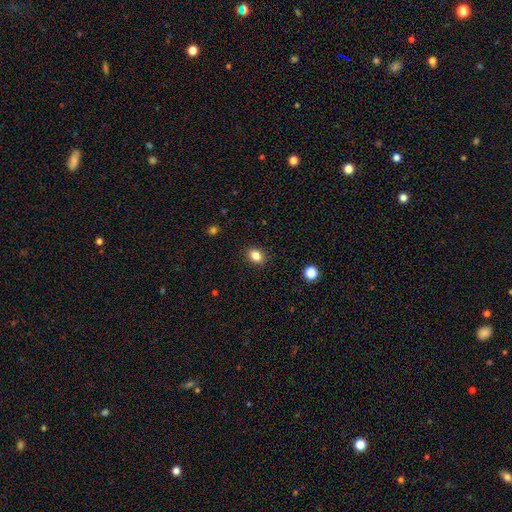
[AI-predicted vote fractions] Smooth or featured: smooth — 84% (star or artifact — 11%)
How rounded: in between — 51% (round — 48%)
Merging: none — 90% (minor disturbance — 7%)